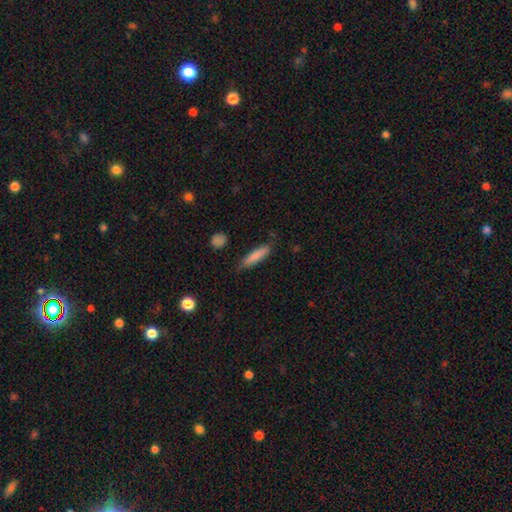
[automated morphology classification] A smooth galaxy with no disk features (83%) that is cigar-shaped (74%).

Vote fractions:
- Smooth or featured? smooth: 83% / featured or disk: 11% / star or artifact: 6%
- How rounded? cigar-shaped: 74% / in between: 25% / round: 2%
- Merging? none: 75% / minor disturbance: 19% / major disturbance: 3% / merger: 2%